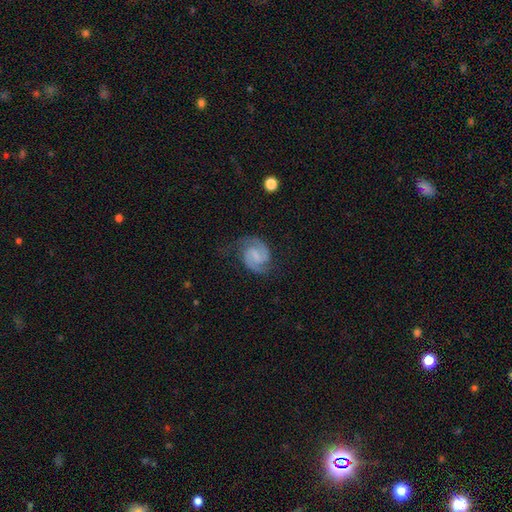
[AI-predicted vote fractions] Smooth or featured? Predicted: featured or disk (p=0.86). Edge-on disk? Predicted: no (p=0.98). Bar? Predicted: weak (p=0.55). Spiral arms? Predicted: yes (p=0.97). Spiral winding? Predicted: medium (p=0.53). Spiral arm count? Predicted: 2 (p=0.92). Bulge size? Predicted: none (p=0.45). Merging? Predicted: none (p=0.72).